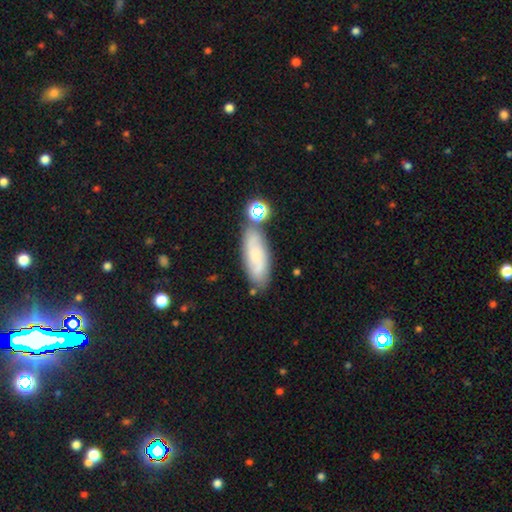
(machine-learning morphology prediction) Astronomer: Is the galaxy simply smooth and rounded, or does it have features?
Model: smooth — 60%.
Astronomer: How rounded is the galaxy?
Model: in between — 61%.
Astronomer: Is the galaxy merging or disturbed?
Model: none — 67%.